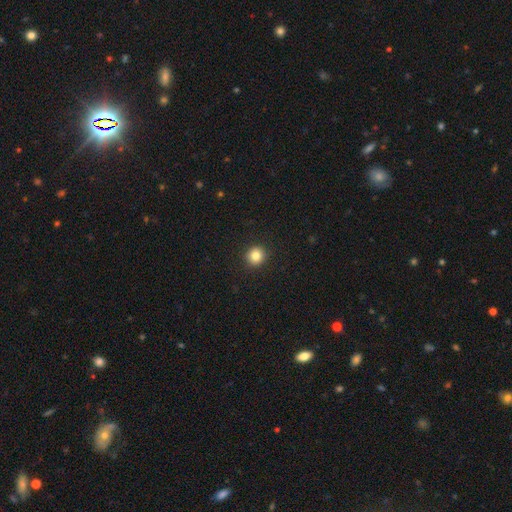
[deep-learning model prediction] smooth-or-featured: smooth: 83% | star or artifact: 11% | featured or disk: 6%
  how-rounded: round: 92% | in between: 7% | cigar-shaped: 1%
  merging: none: 93% | minor disturbance: 5% | major disturbance: 2% | merger: 1%